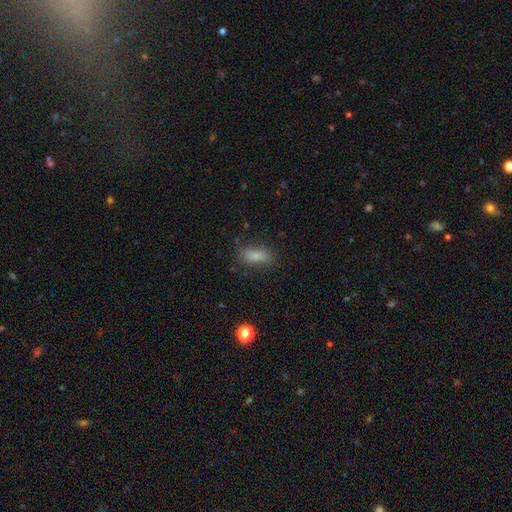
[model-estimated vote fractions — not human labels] A smooth galaxy with no disk features (82%) that is in between round and cigar-shaped (79%).

Vote fractions:
- Smooth or featured? smooth: 82% / star or artifact: 10% / featured or disk: 8%
- How rounded? in between: 79% / cigar-shaped: 17% / round: 4%
- Merging? none: 75% / minor disturbance: 17% / major disturbance: 6% / merger: 2%